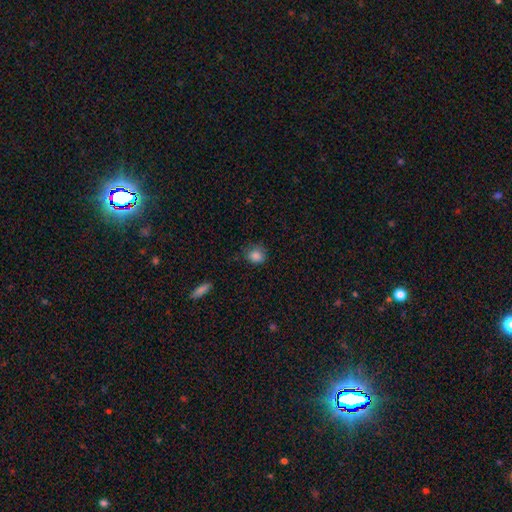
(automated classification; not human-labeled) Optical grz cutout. It shows a smooth galaxy with no disk features (84%) that is round (71%). Merging: none (71%).